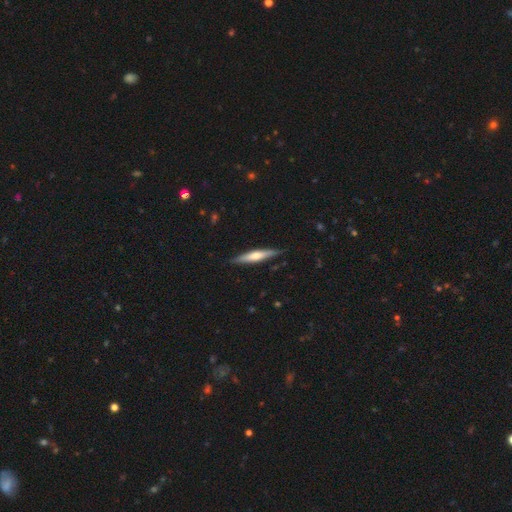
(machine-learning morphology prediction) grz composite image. It shows a featured or disk galaxy (54%) viewed edge-on (95%) with a rounded central bulge (78%). Merging: none (86%).